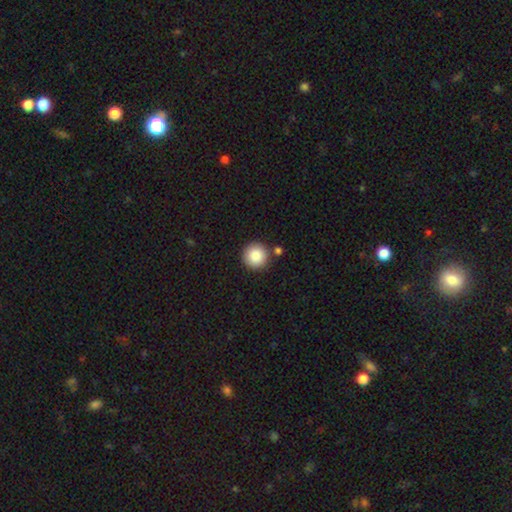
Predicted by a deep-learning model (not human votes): smooth 88%, star or artifact 8%, featured or disk 4%. Down the decision tree: how rounded — round (96%); merging — none (85%).